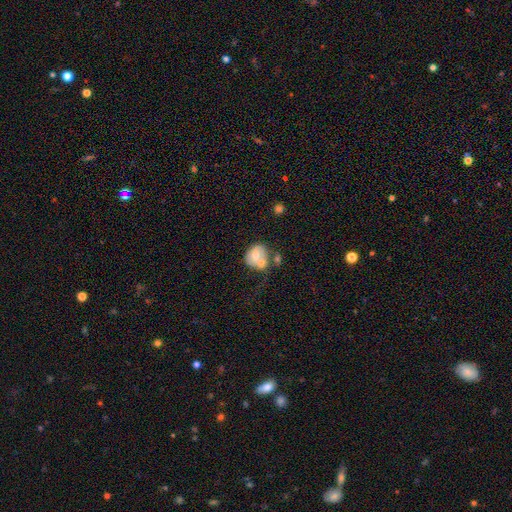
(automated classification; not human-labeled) Smooth or featured? Predicted: smooth (p=0.59). How rounded? Predicted: round (p=0.63). Merging? Predicted: merger (p=0.48).